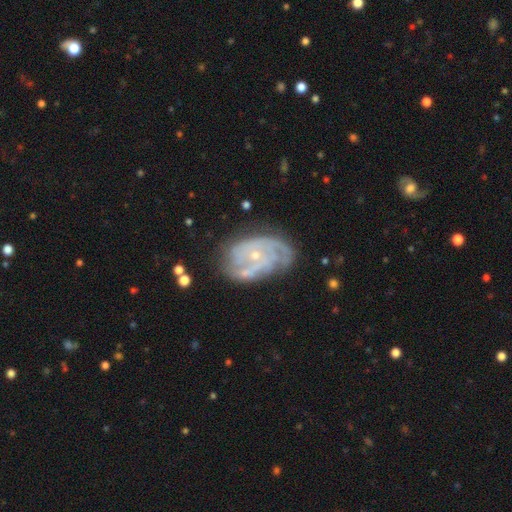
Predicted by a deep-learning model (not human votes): Smooth or featured?
  - featured or disk: 84% *
  - smooth: 10%
  - star or artifact: 6%
Edge-on disk?
  - no: 97% *
  - yes: 3%
Bar?
  - no: 74% *
  - weak: 21%
  - strong: 5%
Spiral arms?
  - yes: 91% *
  - no: 9%
Spiral winding?
  - tight: 53% *
  - medium: 35%
  - loose: 11%
Spiral arm count?
  - can't tell: 30% *
  - 2: 27%
  - 3: 24%
  - 4: 9%
  - 1: 6%
  - more than 4: 5%
Bulge size?
  - small: 77% *
  - moderate: 19%
  - none: 2%
  - large: 1%
  - dominant: 1%
Merging?
  - none: 57% *
  - minor disturbance: 24%
  - major disturbance: 13%
  - merger: 5%